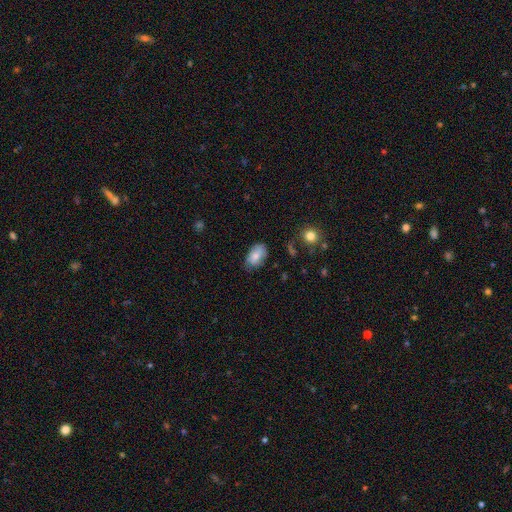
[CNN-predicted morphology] Smooth or featured: smooth — 78% (featured or disk — 15%)
How rounded: in between — 91% (round — 7%)
Merging: none — 61% (minor disturbance — 30%)